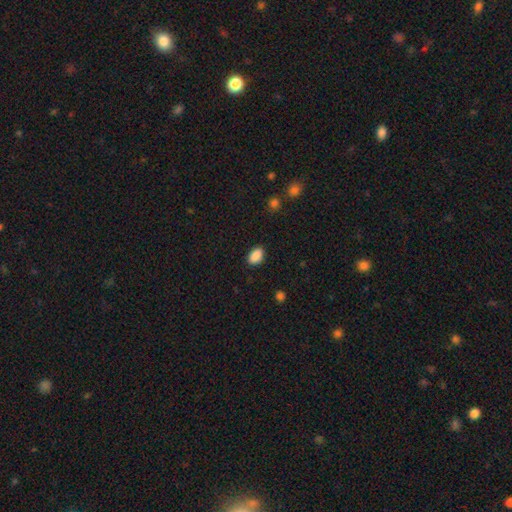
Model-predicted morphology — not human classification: Smooth or featured? smooth (89%)
How rounded? in between (91%)
Merging? none (86%)